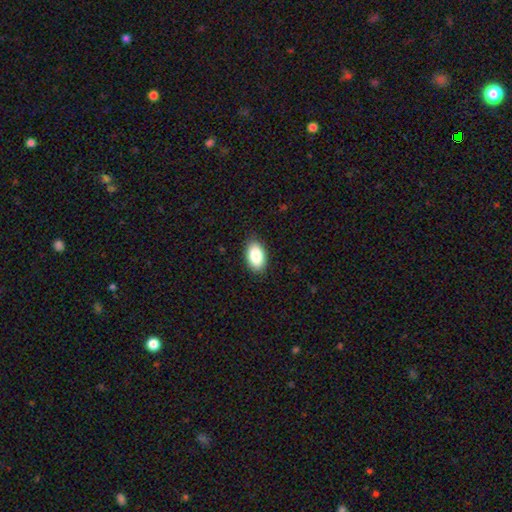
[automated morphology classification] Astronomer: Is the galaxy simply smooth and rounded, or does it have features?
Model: smooth — 87%.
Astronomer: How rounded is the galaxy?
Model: in between — 94%.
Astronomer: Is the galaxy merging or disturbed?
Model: none — 87%.